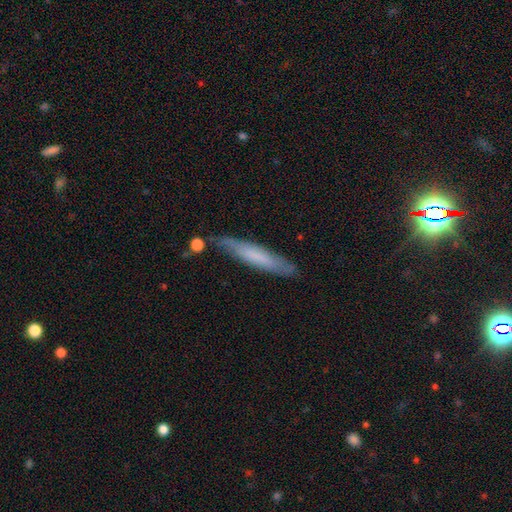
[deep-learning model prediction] This appears to be a smooth galaxy with no disk features (57%) that is cigar-shaped (89%). Merging: none (75%).